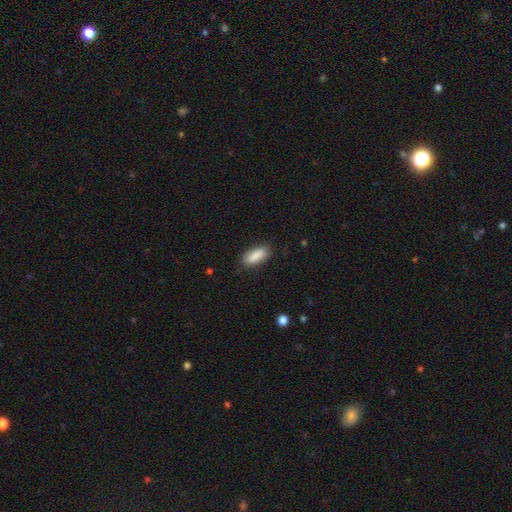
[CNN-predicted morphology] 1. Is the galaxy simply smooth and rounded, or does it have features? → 87% smooth, 7% featured or disk, 6% star or artifact.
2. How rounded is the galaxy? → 76% in between, 22% cigar-shaped, 2% round.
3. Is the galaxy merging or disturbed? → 82% none, 14% minor disturbance, 3% major disturbance, 1% merger.